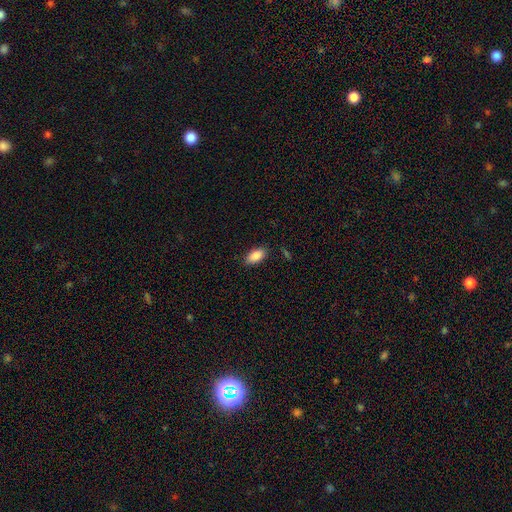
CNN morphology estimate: Smooth or featured: smooth — 88% (star or artifact — 7%)
How rounded: in between — 92% (cigar-shaped — 5%)
Merging: none — 85% (minor disturbance — 12%)